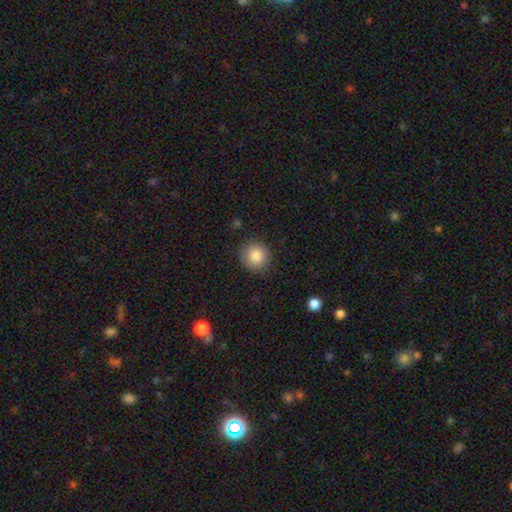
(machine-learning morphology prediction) smooth-or-featured: smooth: 87% | star or artifact: 8% | featured or disk: 5%
  how-rounded: round: 91% | in between: 8% | cigar-shaped: 1%
  merging: none: 86% | minor disturbance: 10% | major disturbance: 3% | merger: 1%